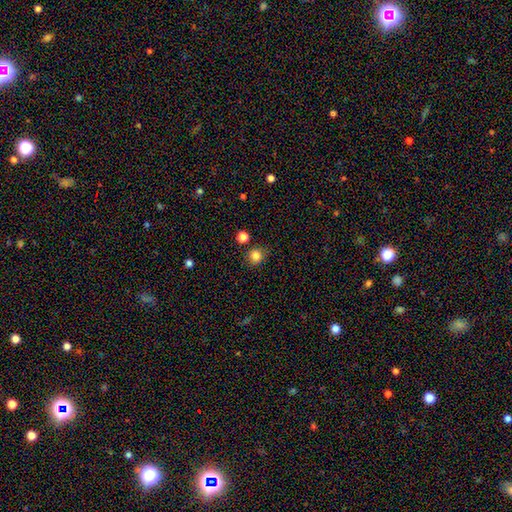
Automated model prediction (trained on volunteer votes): Overall: smooth (83%). How rounded: round (88%). Merging: none (83%).